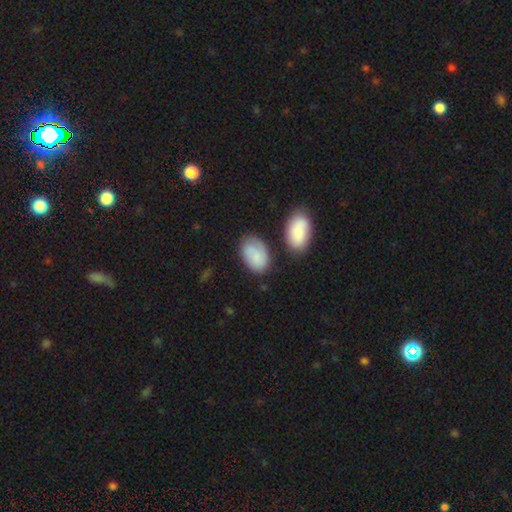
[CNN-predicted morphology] This appears to be a smooth galaxy with no disk features (71%) that is in between round and cigar-shaped (89%). Merging: none (62%).